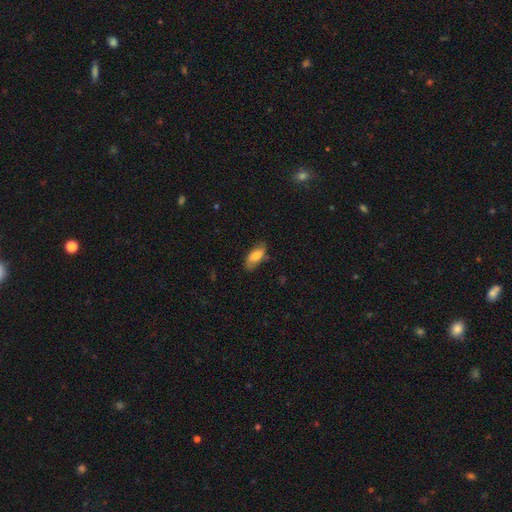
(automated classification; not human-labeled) Morphology: type=smooth (75%); roundness=in between (85%); merging=none (71%).